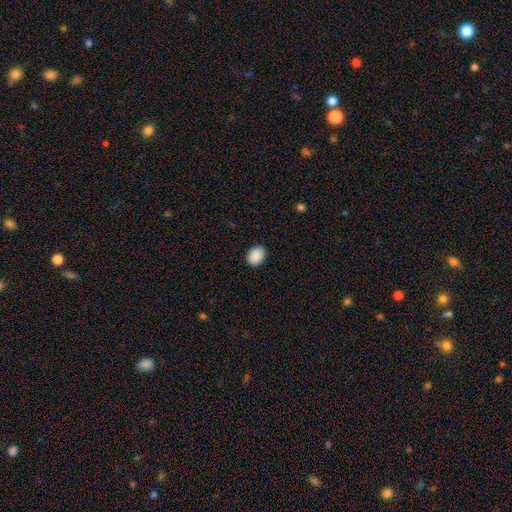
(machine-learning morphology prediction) smooth_or_featured: smooth (p=0.90) [alt: star or artifact p=0.07]
how_rounded: in between (p=0.62) [alt: round p=0.37]
merging: none (p=0.90) [alt: minor disturbance p=0.07]